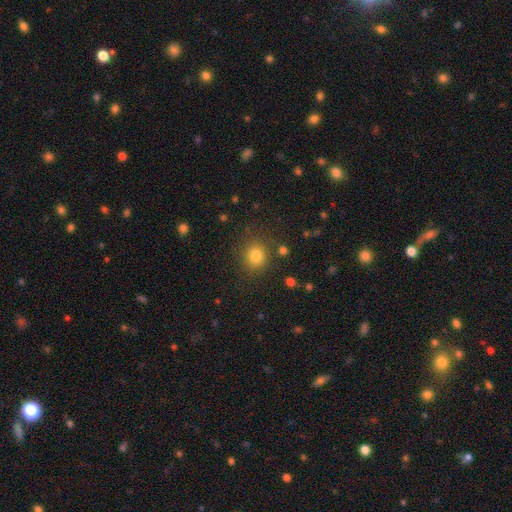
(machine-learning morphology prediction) type=smooth (80%); roundness=round (83%); merging=none (83%).